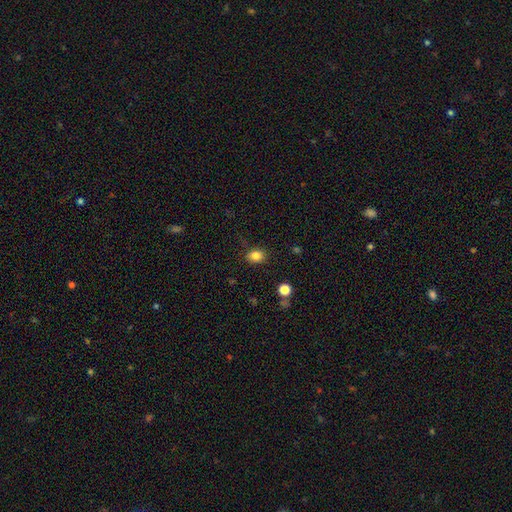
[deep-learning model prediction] Smooth or featured?
  - smooth: 83% *
  - star or artifact: 11%
  - featured or disk: 5%
How rounded?
  - in between: 53% *
  - round: 46%
  - cigar-shaped: 1%
Merging?
  - none: 84% *
  - minor disturbance: 11%
  - major disturbance: 3%
  - merger: 2%